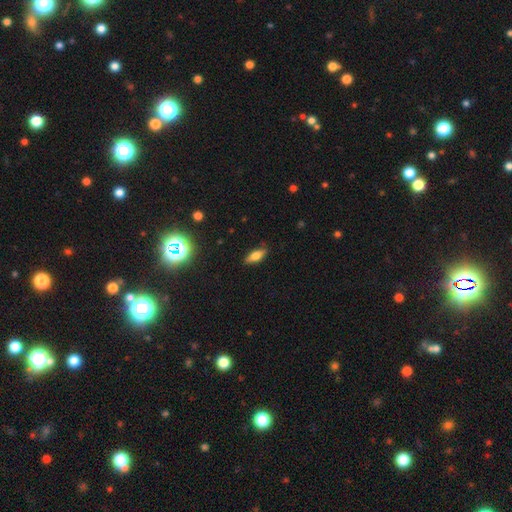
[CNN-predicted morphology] Overall: smooth (67%). How rounded: in between (72%). Merging: none (85%).